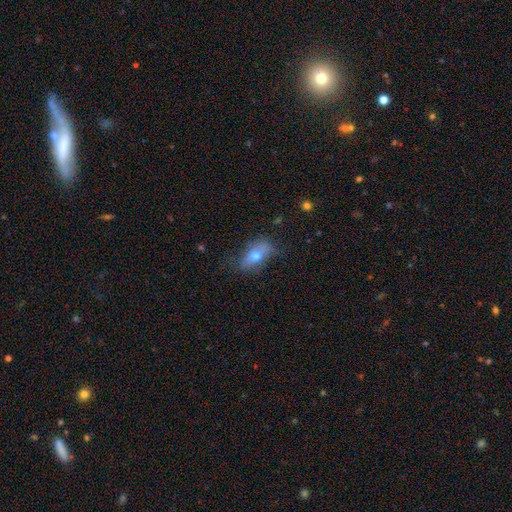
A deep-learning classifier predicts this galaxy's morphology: Smooth or featured? Predicted: smooth (p=0.65). How rounded? Predicted: in between (p=0.84). Merging? Predicted: none (p=0.60).